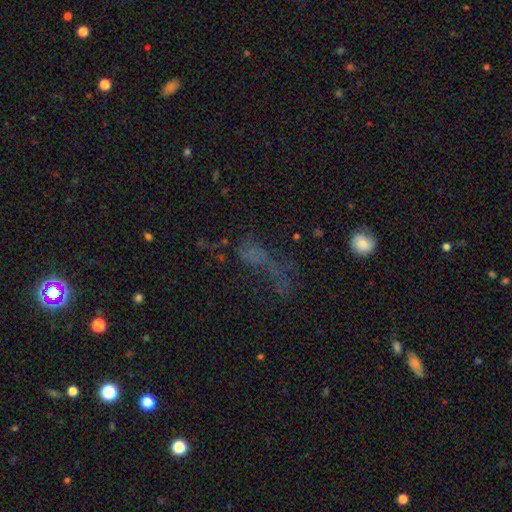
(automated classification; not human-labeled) Smooth or featured? smooth (41%)
Merging? major disturbance (49%)